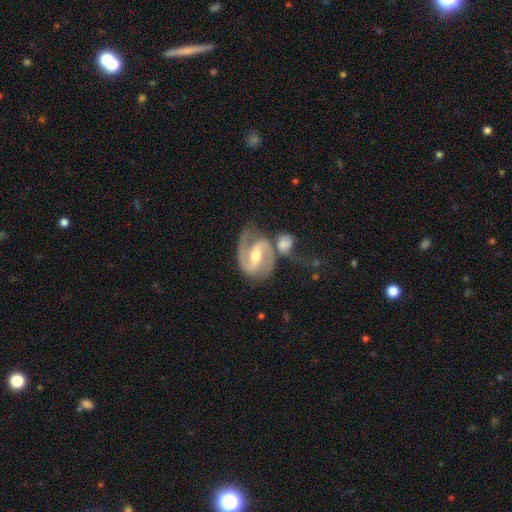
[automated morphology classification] Q: Smooth or featured?
A: featured or disk (90%); runner-up: smooth (6%)
Q: Edge-on disk?
A: no (97%); runner-up: yes (3%)
Q: Bar?
A: strong (50%); runner-up: weak (37%)
Q: Spiral arms?
A: yes (97%); runner-up: no (3%)
Q: Spiral winding?
A: medium (58%); runner-up: tight (26%)
Q: Spiral arm count?
A: 2 (92%); runner-up: can't tell (3%)
Q: Bulge size?
A: moderate (64%); runner-up: small (31%)
Q: Merging?
A: none (53%); runner-up: merger (23%)